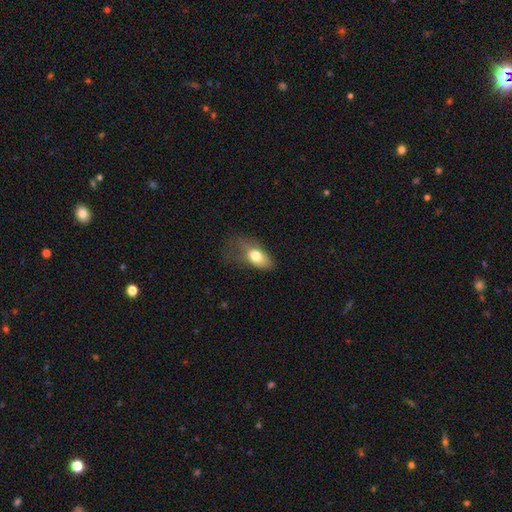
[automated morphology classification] Q: Smooth or featured?
A: smooth (74%); runner-up: featured or disk (17%)
Q: How rounded?
A: in between (86%); runner-up: round (10%)
Q: Merging?
A: major disturbance (42%); runner-up: minor disturbance (32%)